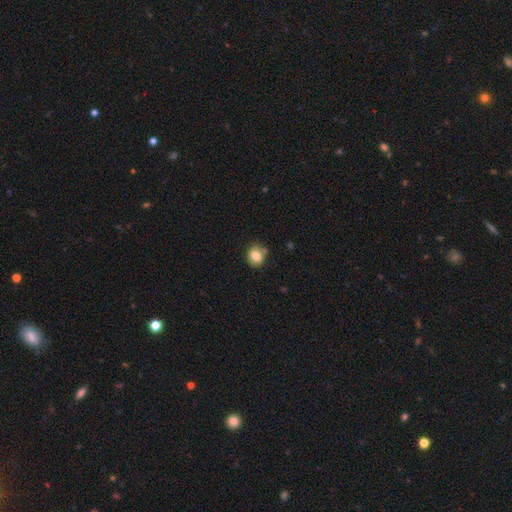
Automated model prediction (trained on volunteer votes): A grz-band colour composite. It shows a smooth galaxy with no disk features (81%) that is round (64%). Merging: none (75%).